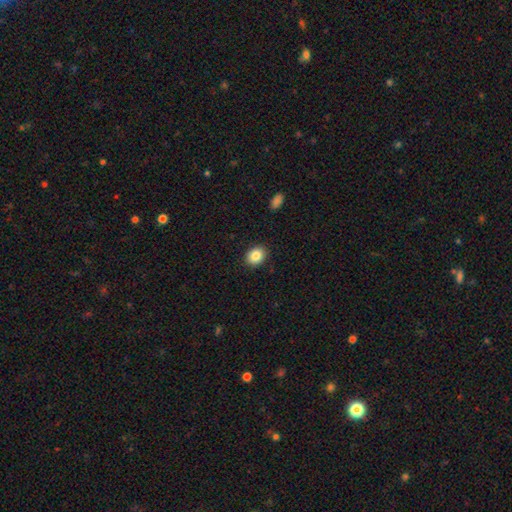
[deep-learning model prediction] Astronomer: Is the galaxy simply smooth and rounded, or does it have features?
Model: smooth — 86%.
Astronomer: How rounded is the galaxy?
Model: round — 50% (runner-up: in between, 49%).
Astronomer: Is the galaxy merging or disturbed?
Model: none — 90%.